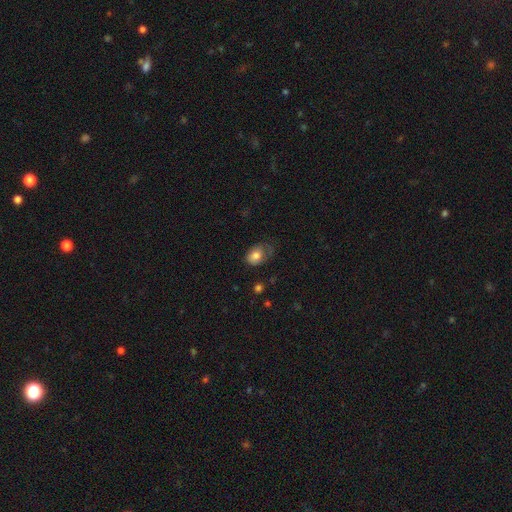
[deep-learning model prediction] smooth 76%, featured or disk 16%, star or artifact 8%. Down the decision tree: how rounded — in between (76%); merging — none (38%).